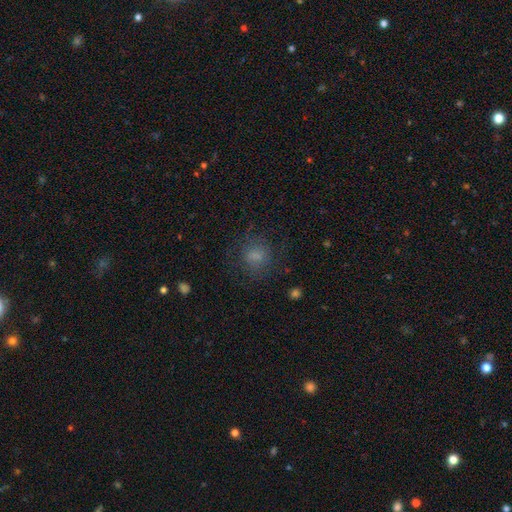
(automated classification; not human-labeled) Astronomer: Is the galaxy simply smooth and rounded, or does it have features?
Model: smooth — 71%.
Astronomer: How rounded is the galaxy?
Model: round — 75%.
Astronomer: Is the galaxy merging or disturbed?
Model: none — 71%.